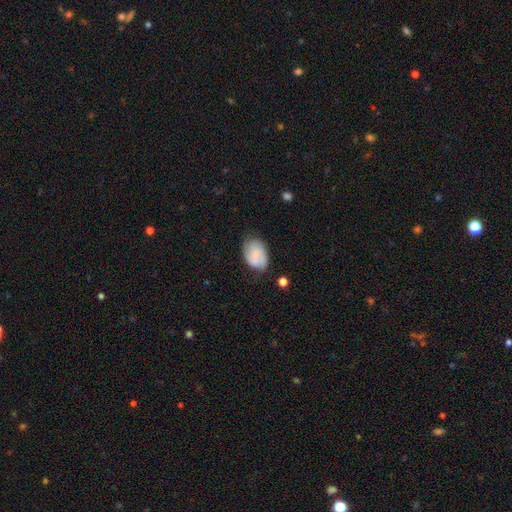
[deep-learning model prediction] Overall: smooth (56%; featured or disk 36%). How rounded: in between (81%). Merging: none (58%; minor disturbance 30%).